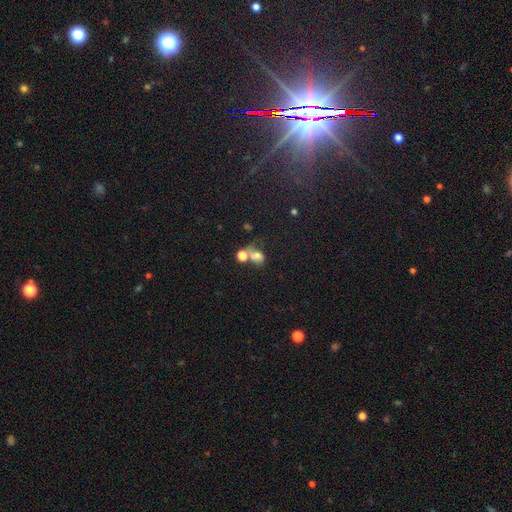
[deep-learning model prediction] Smooth or featured: smooth — 62% (featured or disk — 21%)
How rounded: in between — 52% (round — 46%)
Merging: merger — 49% (none — 24%)